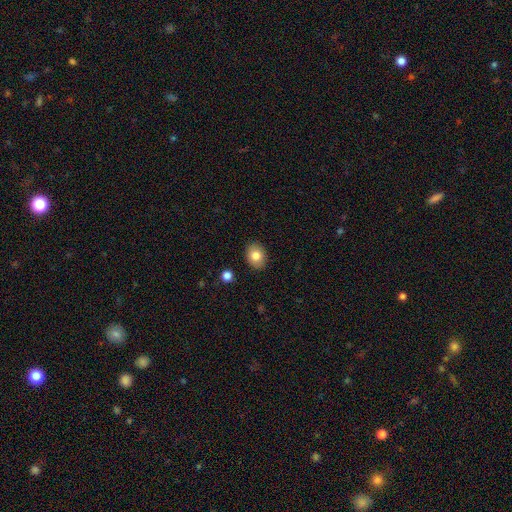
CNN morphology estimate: smooth 82%, featured or disk 10%, star or artifact 8%. Down the decision tree: how rounded — in between (58%); merging — none (89%).